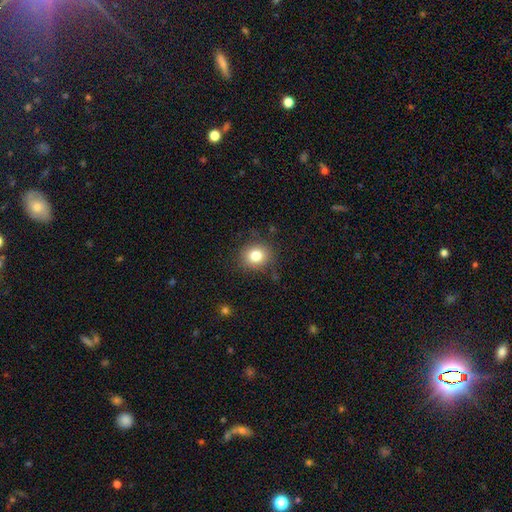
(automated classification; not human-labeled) A smooth galaxy with no disk features (81%) that is round (79%). Merging: none (84%).